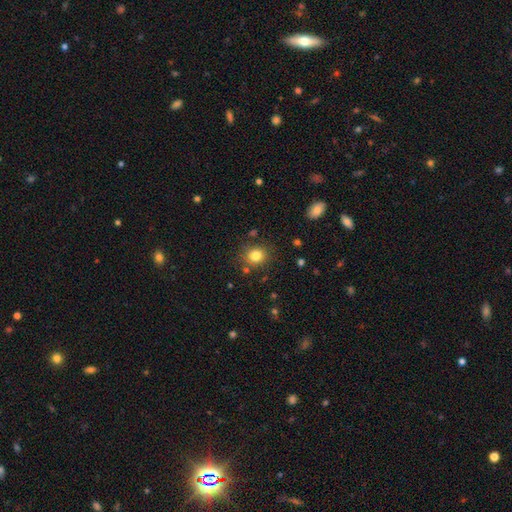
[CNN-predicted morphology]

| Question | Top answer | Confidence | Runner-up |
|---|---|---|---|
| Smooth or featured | smooth | 81% | star or artifact (12%) |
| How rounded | round | 76% | in between (23%) |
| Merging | none | 82% | minor disturbance (11%) |